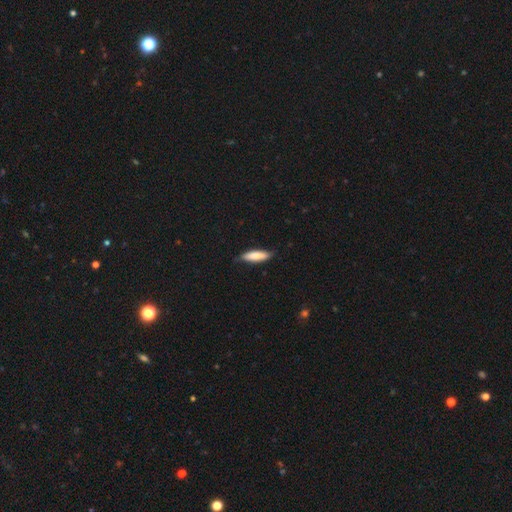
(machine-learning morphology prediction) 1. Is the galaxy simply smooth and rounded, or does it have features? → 80% smooth, 15% featured or disk, 5% star or artifact.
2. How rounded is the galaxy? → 60% cigar-shaped, 38% in between, 2% round.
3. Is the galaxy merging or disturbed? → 79% none, 17% minor disturbance, 2% major disturbance, 1% merger.